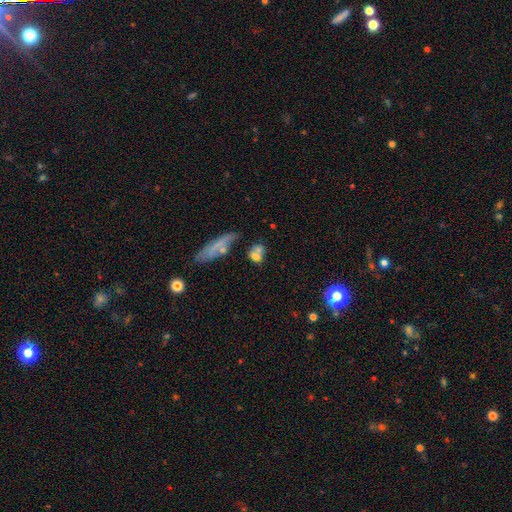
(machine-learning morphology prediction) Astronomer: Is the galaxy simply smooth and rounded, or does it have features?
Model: smooth — 68%.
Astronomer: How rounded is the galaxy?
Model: in between — 48% (runner-up: round, 44%).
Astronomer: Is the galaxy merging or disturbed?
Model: merger — 41% (runner-up: none, 37%).